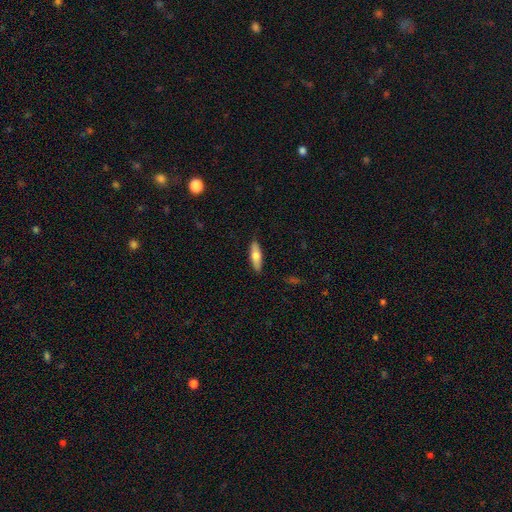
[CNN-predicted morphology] smooth 68%, featured or disk 26%, star or artifact 6%. Down the decision tree: how rounded — cigar-shaped (51%); merging — none (89%).